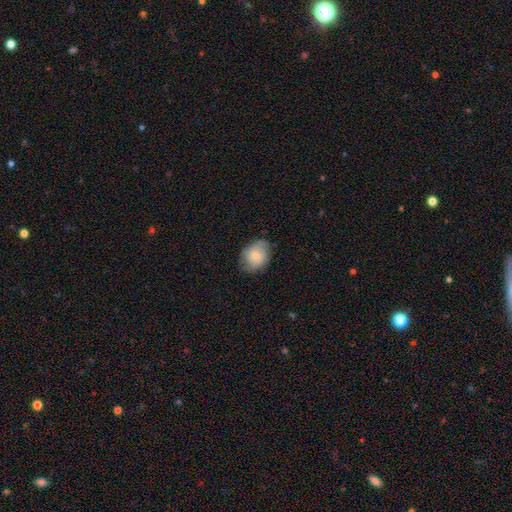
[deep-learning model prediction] A smooth galaxy with no disk features (63%) that is in between round and cigar-shaped (65%). Merging: none (73%).